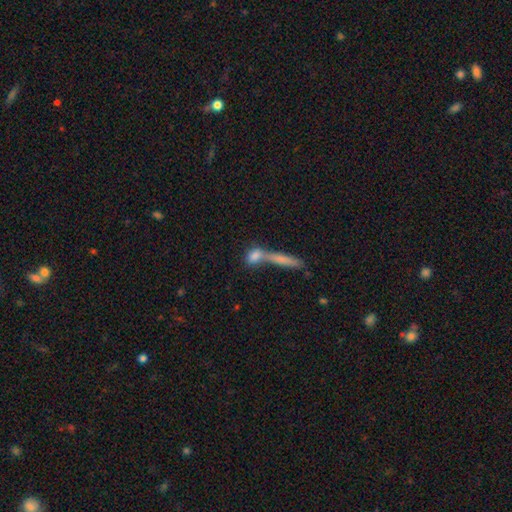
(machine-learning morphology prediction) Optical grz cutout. It shows a smooth galaxy with no disk features (72%) that is cigar-shaped (45%). Merging: merger (52%).